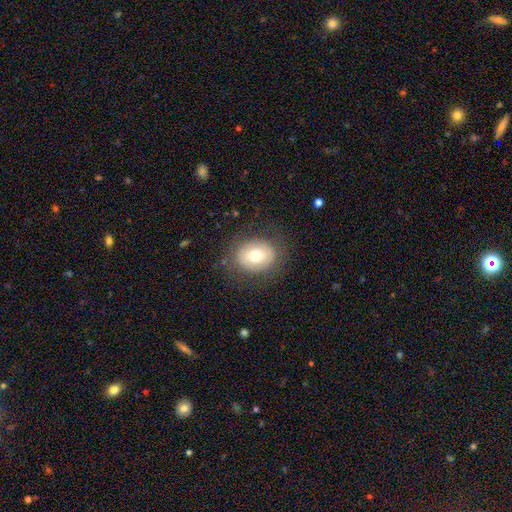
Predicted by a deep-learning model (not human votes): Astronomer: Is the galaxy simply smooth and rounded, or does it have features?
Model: smooth — 67%.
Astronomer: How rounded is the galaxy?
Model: round — 55% (runner-up: in between, 44%).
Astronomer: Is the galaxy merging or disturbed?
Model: none — 80%.